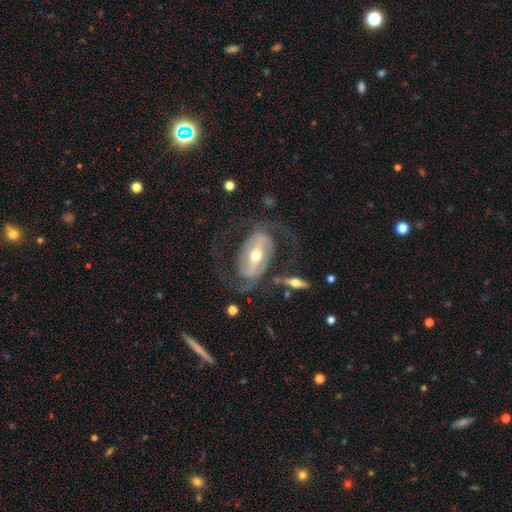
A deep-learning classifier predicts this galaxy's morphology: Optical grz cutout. It shows a featured or disk galaxy (85%) with a strong bar (59%), 2 (88%) medium (48%) spiral arms (89%) and a moderate central bulge (65%). Merging: none (64%).